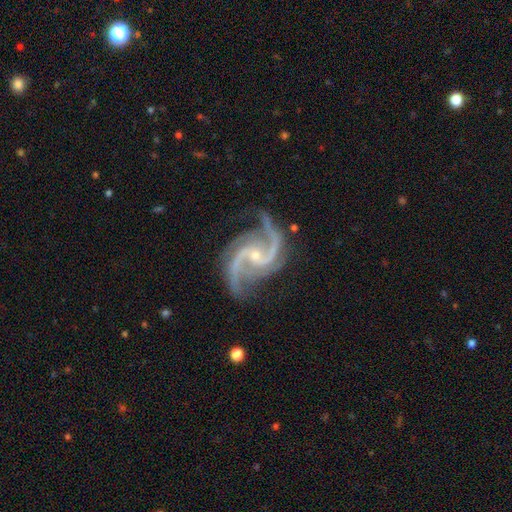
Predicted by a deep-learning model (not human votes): Smooth or featured?
  - featured or disk: 94% *
  - star or artifact: 4%
  - smooth: 2%
Edge-on disk?
  - no: 98% *
  - yes: 2%
Bar?
  - no: 49% *
  - weak: 36%
  - strong: 15%
Spiral arms?
  - yes: 99% *
  - no: 1%
Spiral winding?
  - medium: 53% *
  - loose: 36%
  - tight: 11%
Spiral arm count?
  - 2: 71% *
  - 3: 17%
  - 4: 3%
  - can't tell: 3%
  - 1: 3%
  - more than 4: 3%
Bulge size?
  - small: 76% *
  - moderate: 20%
  - none: 2%
  - large: 1%
  - dominant: 1%
Merging?
  - none: 74% *
  - minor disturbance: 17%
  - major disturbance: 8%
  - merger: 2%